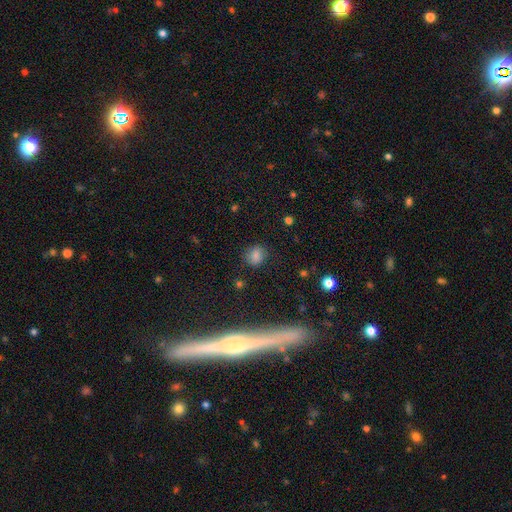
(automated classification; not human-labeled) A smooth galaxy with no disk features (79%) that is round (60%). Merging: none (82%).